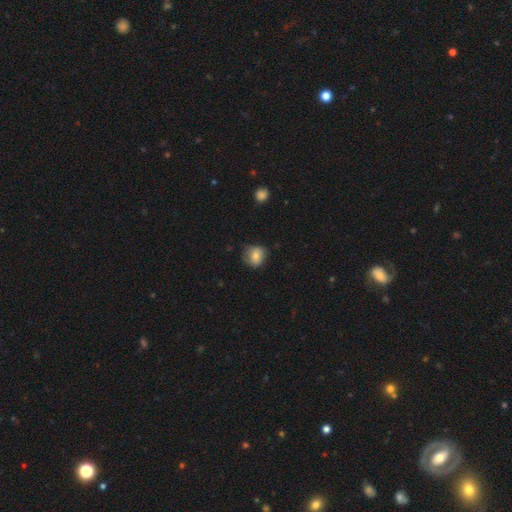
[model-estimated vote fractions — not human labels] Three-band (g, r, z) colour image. It shows a smooth galaxy with no disk features (73%) that is round (78%). Merging: none (70%).